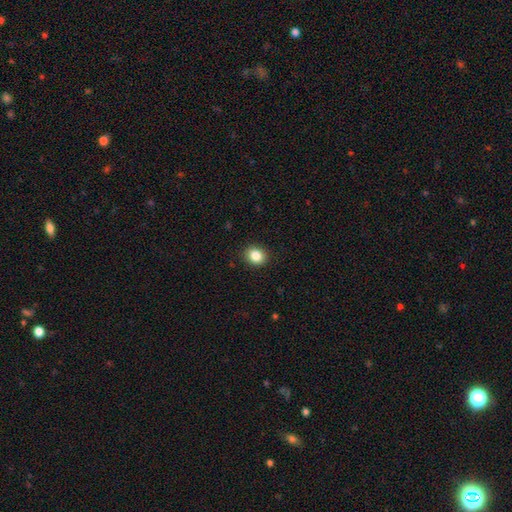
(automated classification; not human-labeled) A smooth galaxy with no disk features (85%) that is round (69%).

Vote fractions:
- Smooth or featured? smooth: 85% / star or artifact: 10% / featured or disk: 5%
- How rounded? round: 69% / in between: 30% / cigar-shaped: 1%
- Merging? none: 91% / minor disturbance: 7% / major disturbance: 2% / merger: 1%